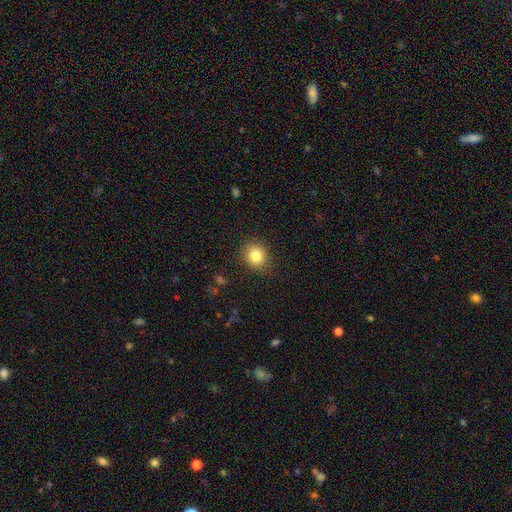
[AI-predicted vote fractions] This is clearly a smooth galaxy (82%). How rounded: likely round (79%). Merging: clearly none (89%).